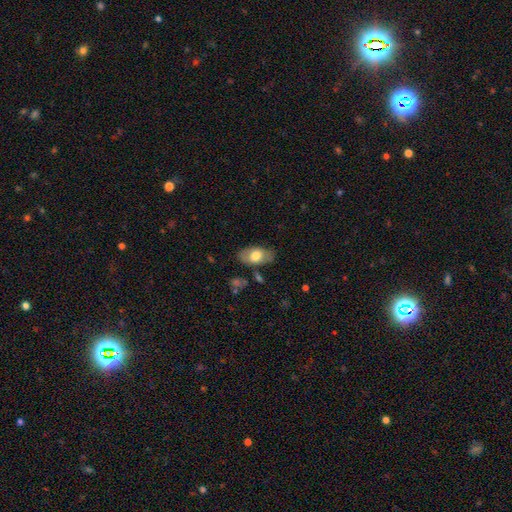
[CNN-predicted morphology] A smooth galaxy with no disk features (66%) that is in between round and cigar-shaped (93%). Merging: none (78%).